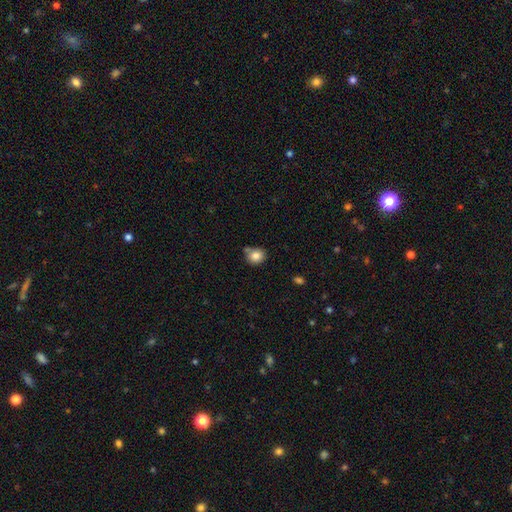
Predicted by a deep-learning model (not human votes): Smooth or featured? Predicted: smooth (p=0.83). How rounded? Predicted: round (p=0.76). Merging? Predicted: none (p=0.65).